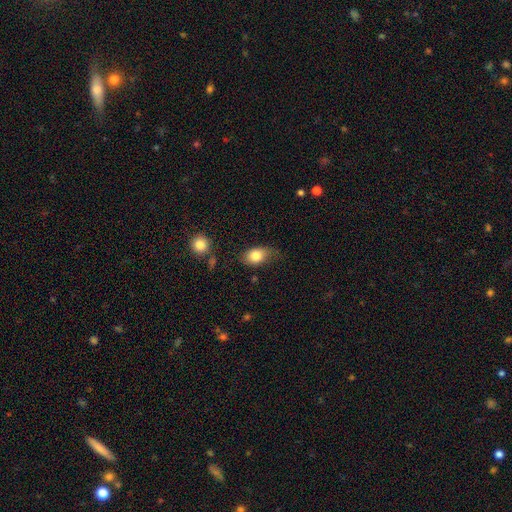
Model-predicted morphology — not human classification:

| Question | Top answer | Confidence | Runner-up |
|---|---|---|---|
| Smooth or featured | smooth | 81% | featured or disk (11%) |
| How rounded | in between | 75% | round (23%) |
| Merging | none | 57% | minor disturbance (31%) |